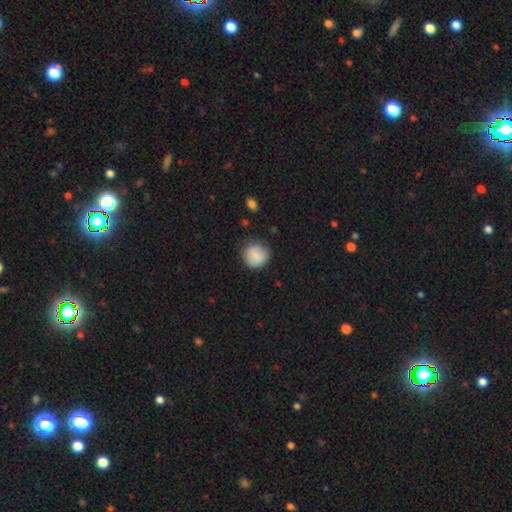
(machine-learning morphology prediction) Smooth or featured?
  - smooth: 83% *
  - featured or disk: 9%
  - star or artifact: 7%
How rounded?
  - round: 90% *
  - in between: 9%
  - cigar-shaped: 1%
Merging?
  - none: 79% *
  - minor disturbance: 16%
  - major disturbance: 4%
  - merger: 2%